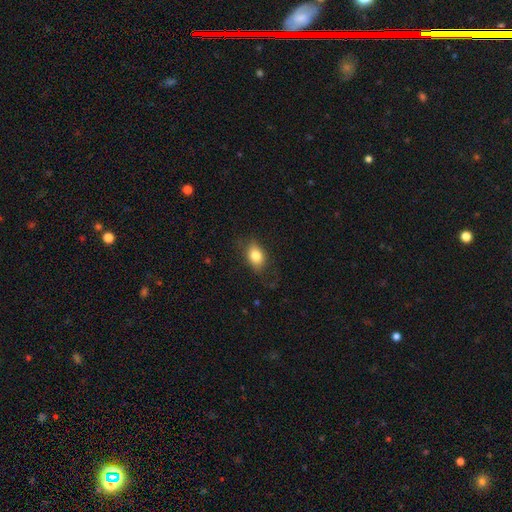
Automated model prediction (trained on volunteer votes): Smooth or featured?
  - smooth: 81% *
  - featured or disk: 11%
  - star or artifact: 8%
How rounded?
  - in between: 78% *
  - round: 20%
  - cigar-shaped: 2%
Merging?
  - none: 75% *
  - minor disturbance: 18%
  - major disturbance: 6%
  - merger: 1%